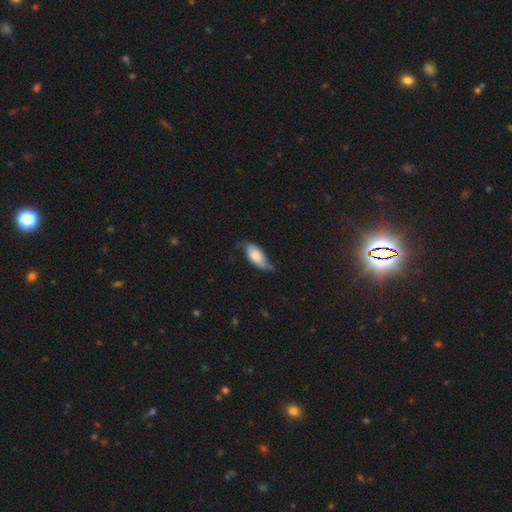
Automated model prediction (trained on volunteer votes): smooth_or_featured: smooth (p=0.67) [alt: featured or disk p=0.27]
how_rounded: in between (p=0.85) [alt: cigar-shaped p=0.12]
merging: none (p=0.43) [alt: minor disturbance p=0.41]